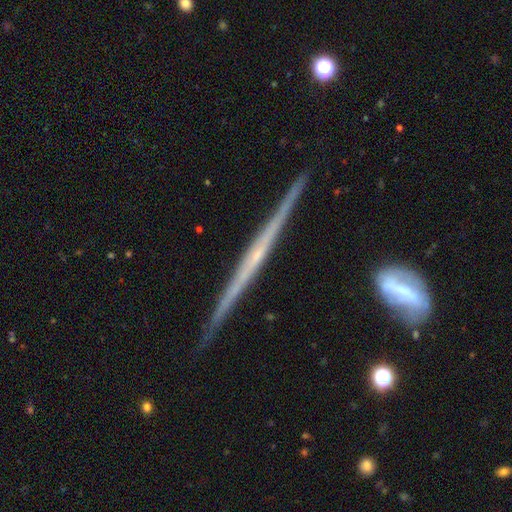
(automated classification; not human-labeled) This appears to be a featured or disk galaxy (81%) viewed edge-on (98%) with no central bulge (68%). Merging: none (88%).